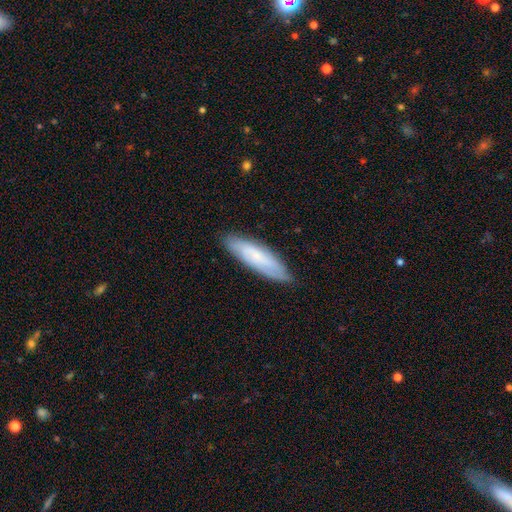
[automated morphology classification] Smooth or featured? smooth (54%)
How rounded? cigar-shaped (62%)
Merging? none (83%)